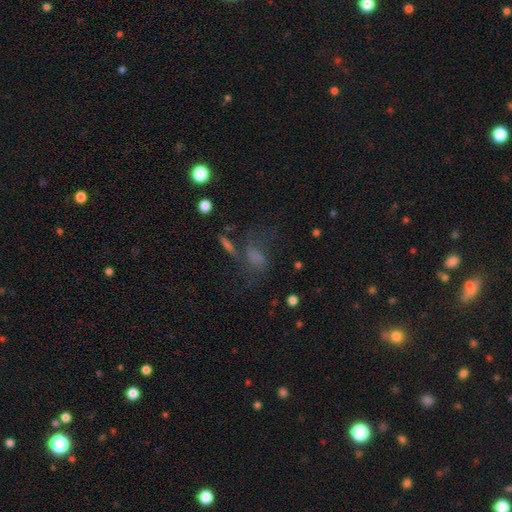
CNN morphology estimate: Smooth or featured?
  - smooth: 50% *
  - featured or disk: 28%
  - star or artifact: 22%
Merging?
  - none: 39% *
  - major disturbance: 31%
  - minor disturbance: 18%
  - merger: 13%